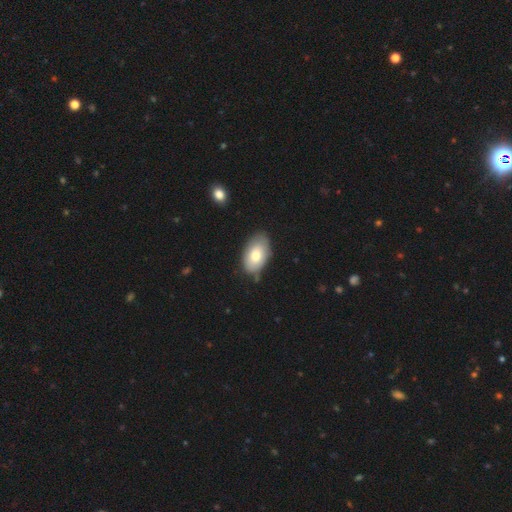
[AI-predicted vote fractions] A smooth galaxy with no disk features (76%) that is in between round and cigar-shaped (94%). Merging: none (74%).